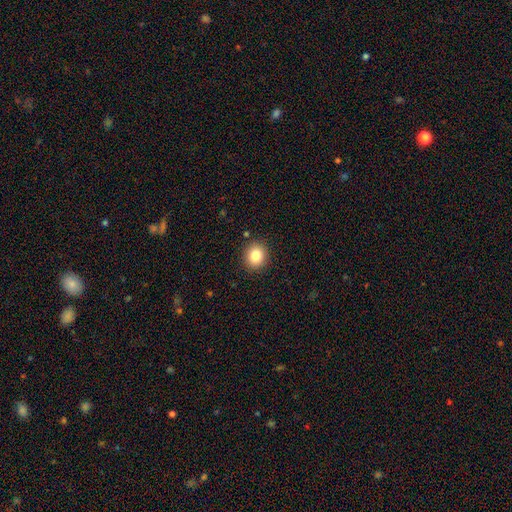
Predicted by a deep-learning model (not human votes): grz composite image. It shows a smooth galaxy with no disk features (84%) that is round (77%). Merging: none (90%).